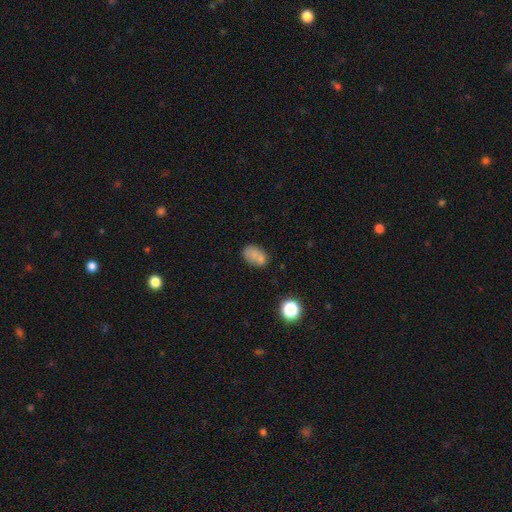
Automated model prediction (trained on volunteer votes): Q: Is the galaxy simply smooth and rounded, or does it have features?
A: smooth — 72%.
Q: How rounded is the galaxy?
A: in between — 79%.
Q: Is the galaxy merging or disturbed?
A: none — 54%.